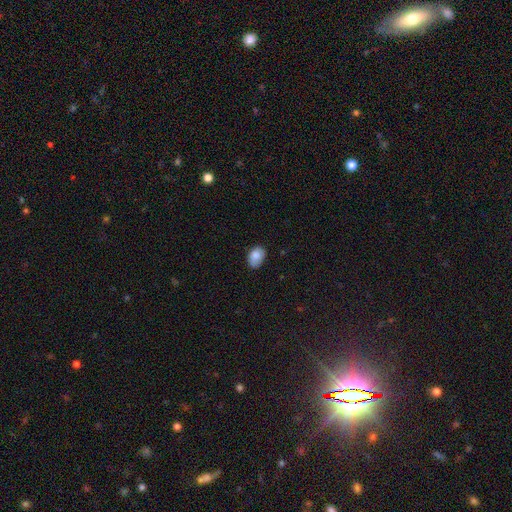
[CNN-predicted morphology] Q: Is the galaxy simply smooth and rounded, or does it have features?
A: smooth — 85%.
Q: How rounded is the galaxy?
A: in between — 80%.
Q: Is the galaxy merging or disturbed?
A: none — 73%.